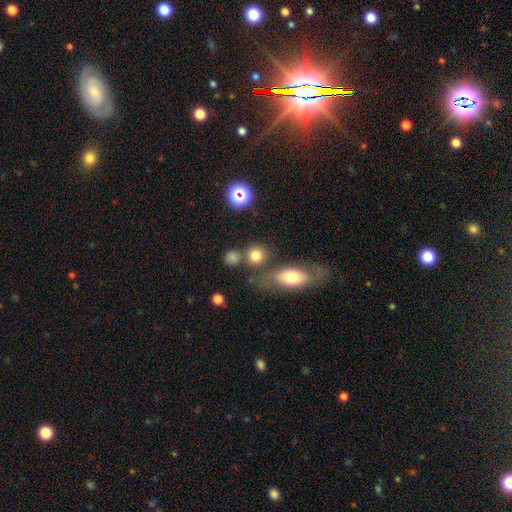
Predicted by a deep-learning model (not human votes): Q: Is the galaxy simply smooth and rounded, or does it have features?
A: smooth — 79%.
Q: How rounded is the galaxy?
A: round — 82%.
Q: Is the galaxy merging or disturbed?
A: none — 69%.